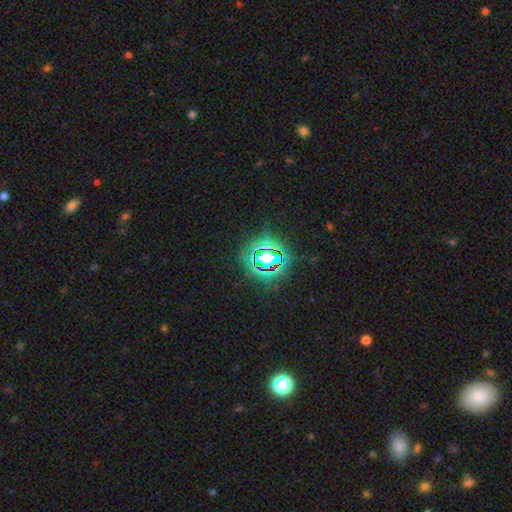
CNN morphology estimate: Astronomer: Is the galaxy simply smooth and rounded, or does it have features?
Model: star or artifact — 80%.